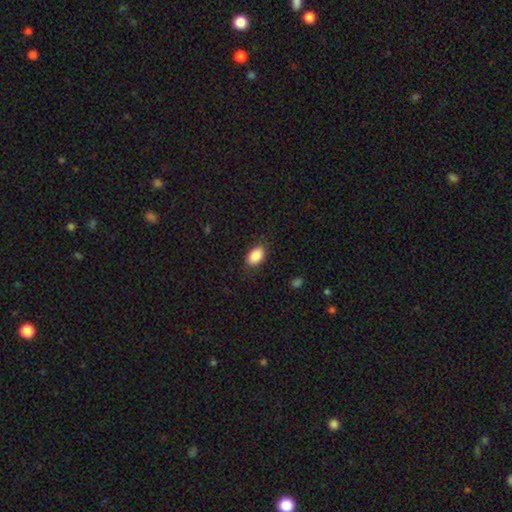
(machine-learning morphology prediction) A smooth galaxy with no disk features (89%) that is in between round and cigar-shaped (89%).

Vote fractions:
- Smooth or featured? smooth: 89% / star or artifact: 7% / featured or disk: 4%
- How rounded? in between: 89% / round: 10% / cigar-shaped: 1%
- Merging? none: 84% / minor disturbance: 12% / major disturbance: 3% / merger: 1%